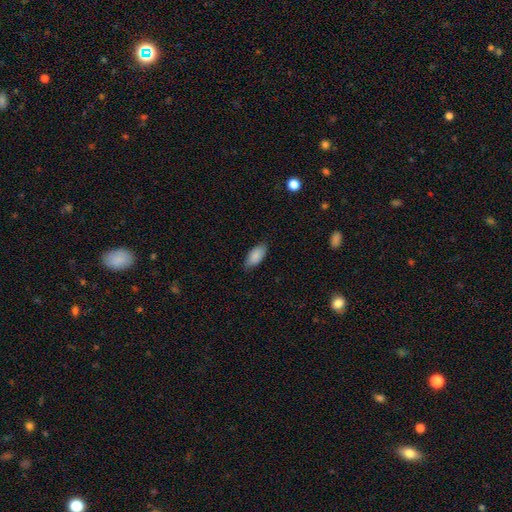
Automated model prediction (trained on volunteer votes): Morphology: type=smooth (86%); roundness=in between (92%); merging=none (81%).